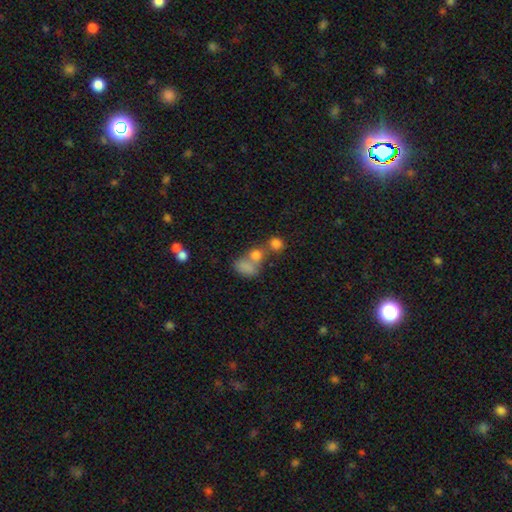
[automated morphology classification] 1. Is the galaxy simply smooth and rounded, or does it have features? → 73% smooth, 15% star or artifact, 12% featured or disk.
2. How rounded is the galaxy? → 56% round, 42% in between, 2% cigar-shaped.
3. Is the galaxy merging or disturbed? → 50% merger, 34% none, 9% minor disturbance, 6% major disturbance.